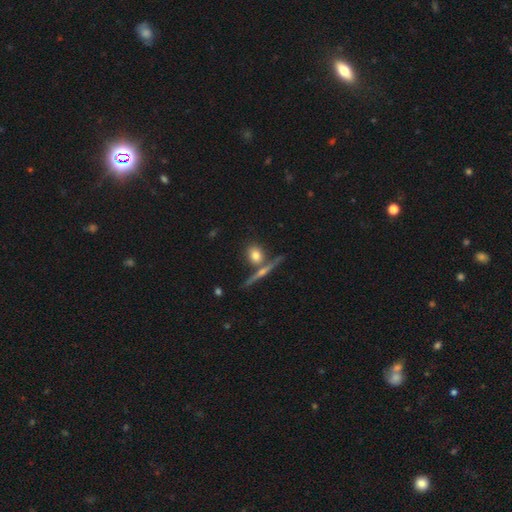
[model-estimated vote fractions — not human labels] Morphology: type=smooth (71%); roundness=round (63%); merging=none (63%).